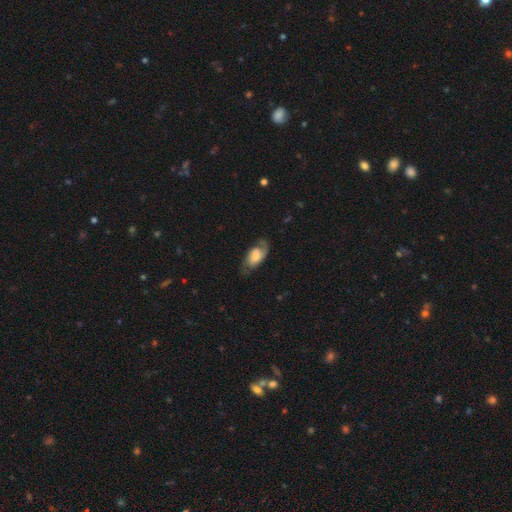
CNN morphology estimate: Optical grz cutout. It shows a featured or disk galaxy (58%) with no bar (57%), spiral arms (89%) and a large central bulge (33%). Merging: none (63%).